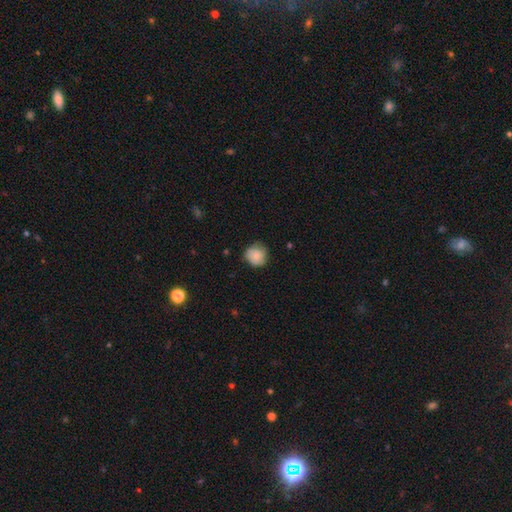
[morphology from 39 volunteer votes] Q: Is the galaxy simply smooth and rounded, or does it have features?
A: smooth — 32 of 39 (82%).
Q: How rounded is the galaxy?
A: round — 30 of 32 (94%).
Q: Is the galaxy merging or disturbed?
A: none — 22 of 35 (63%).